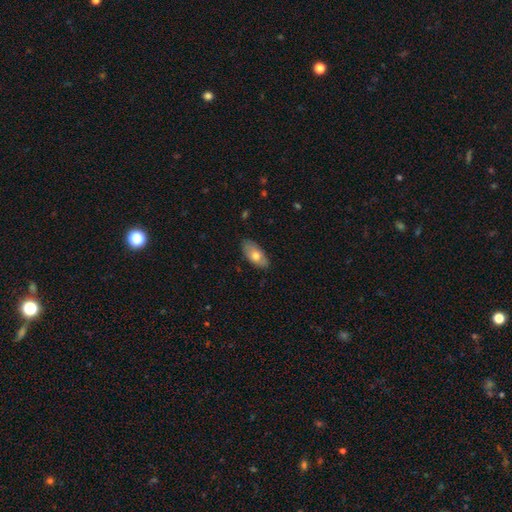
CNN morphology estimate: smooth-or-featured: smooth: 69% | featured or disk: 24% | star or artifact: 6%
  how-rounded: in between: 91% | cigar-shaped: 6% | round: 3%
  merging: none: 82% | minor disturbance: 14% | major disturbance: 2% | merger: 1%